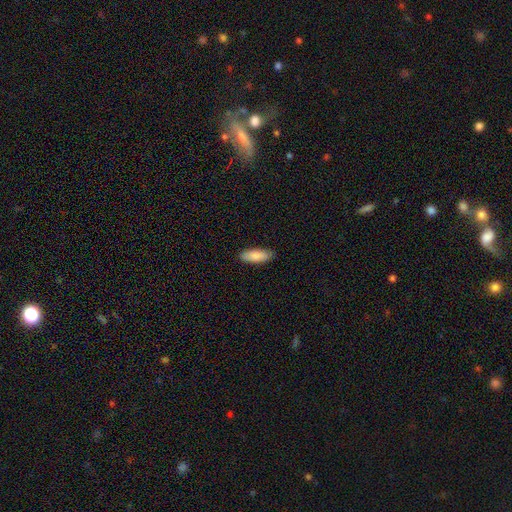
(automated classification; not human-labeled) This appears to be a smooth galaxy with no disk features (87%) that is in between round and cigar-shaped (73%). Merging: none (87%).